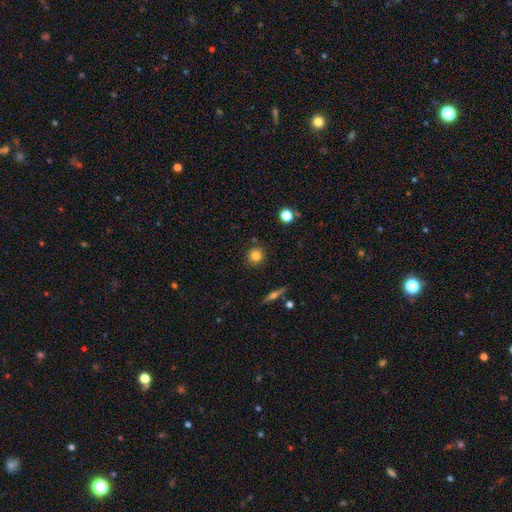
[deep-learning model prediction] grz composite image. It shows a smooth galaxy with no disk features (81%) that is round (91%). Merging: none (87%).